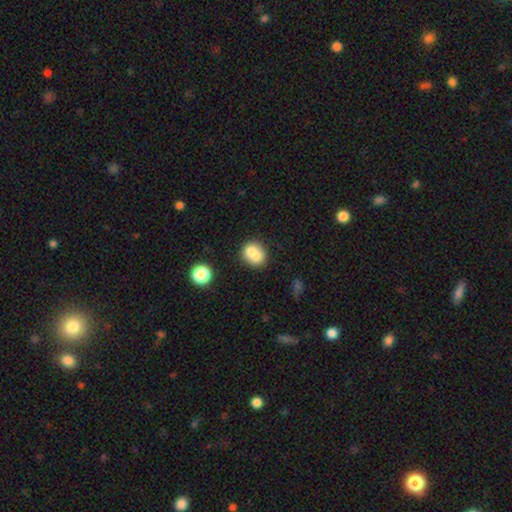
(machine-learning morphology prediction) Smooth or featured: smooth — 71% (featured or disk — 19%)
How rounded: round — 69% (in between — 30%)
Merging: merger — 50% (none — 37%)